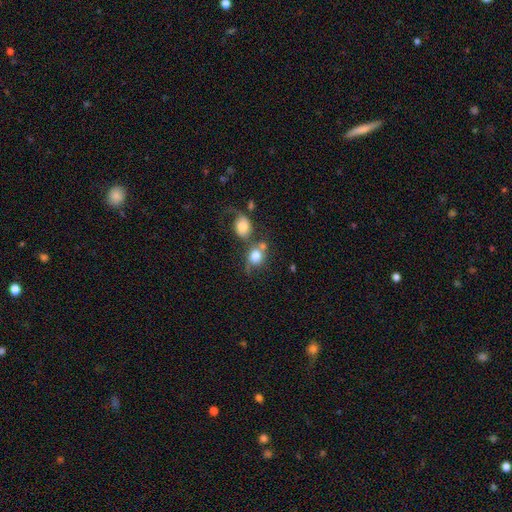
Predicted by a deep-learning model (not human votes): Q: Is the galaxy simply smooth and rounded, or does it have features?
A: smooth — 77%.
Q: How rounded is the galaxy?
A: round — 65%.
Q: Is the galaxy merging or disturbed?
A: merger — 40%.